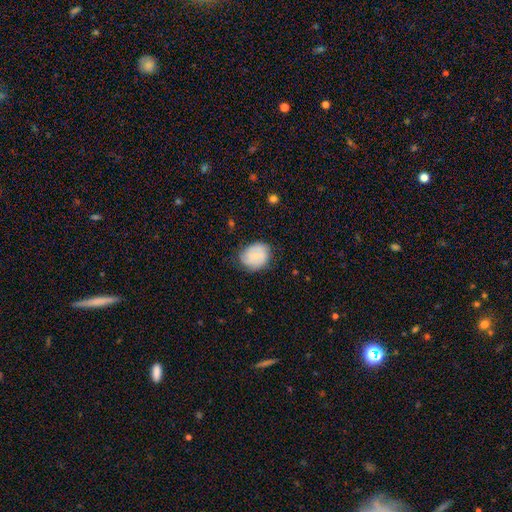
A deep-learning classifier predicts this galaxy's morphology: A smooth galaxy with no disk features (60%) that is round (55%). Merging: none (71%).